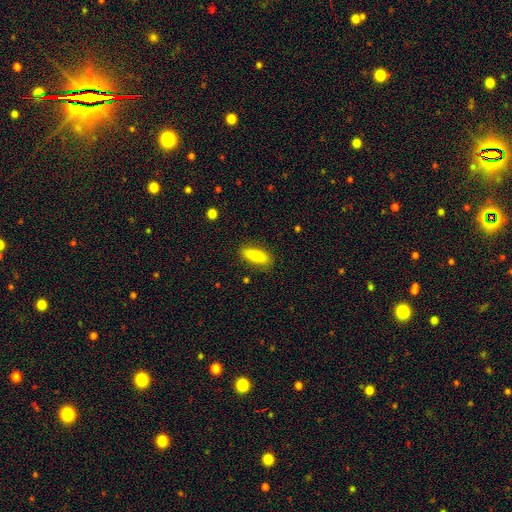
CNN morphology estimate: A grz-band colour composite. It shows a smooth galaxy with no disk features (80%) that is in between round and cigar-shaped (76%). Merging: none (82%).